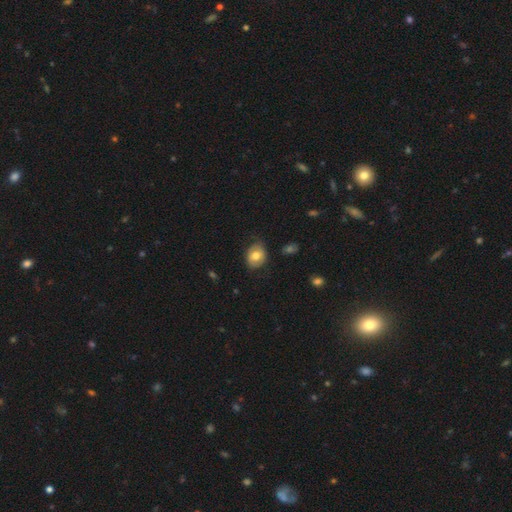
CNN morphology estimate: This appears to be a smooth galaxy with no disk features (72%) that is in between round and cigar-shaped (51%). Merging: none (72%).